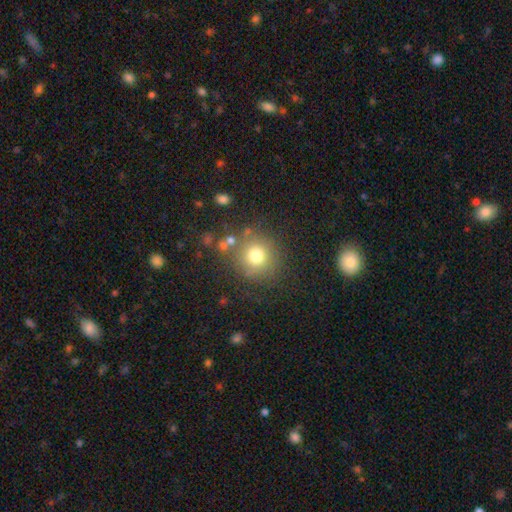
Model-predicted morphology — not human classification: Smooth or featured? smooth (74%)
How rounded? round (92%)
Merging? none (79%)